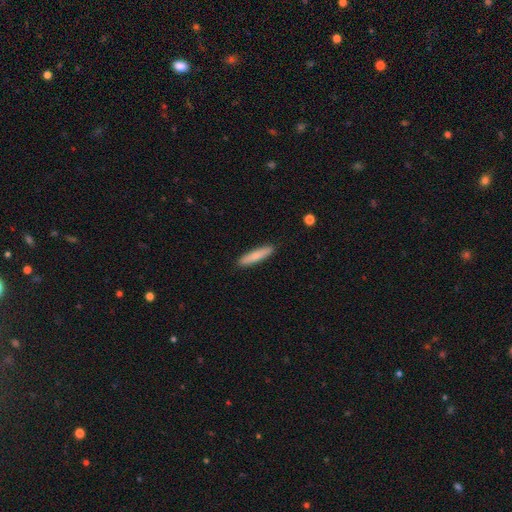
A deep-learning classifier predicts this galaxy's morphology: type=smooth (78%); roundness=cigar-shaped (87%); merging=none (90%).